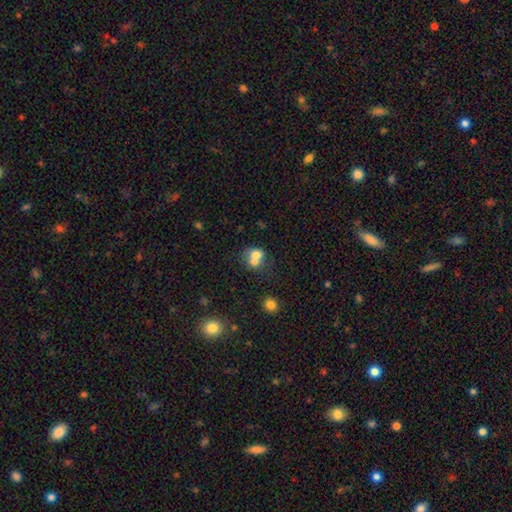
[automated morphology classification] This appears to be a smooth galaxy with no disk features (68%) that is round (60%). Merging: merger (60%).